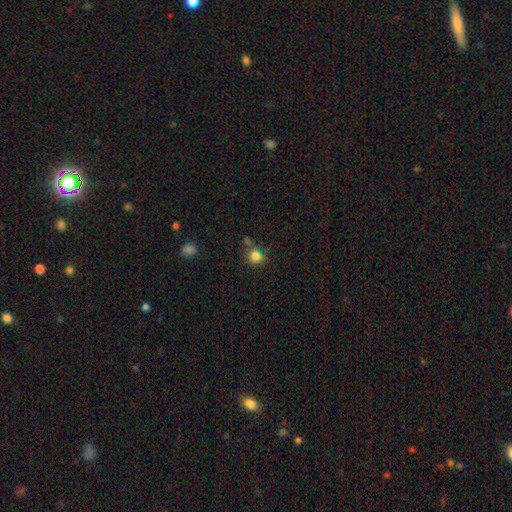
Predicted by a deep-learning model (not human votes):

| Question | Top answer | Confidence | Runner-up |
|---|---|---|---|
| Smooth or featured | smooth | 83% | star or artifact (12%) |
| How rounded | round | 85% | in between (14%) |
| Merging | none | 69% | minor disturbance (15%) |